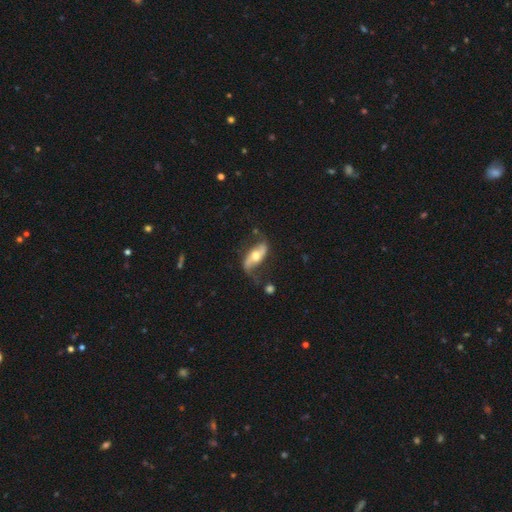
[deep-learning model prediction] Overall: featured or disk (74%). Edge-on disk: no (86%). Bar: no (49%; weak 28%). Spiral arms: yes (87%). Spiral arm count: 2 (89%). Spiral winding: loose (74%). Bulge size: moderate (70%). Merging: none (59%; minor disturbance 23%).